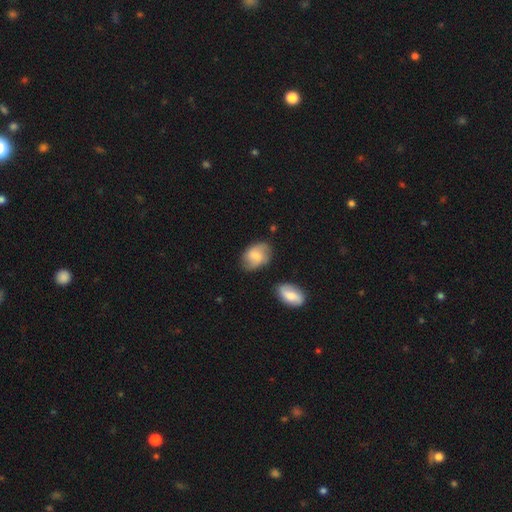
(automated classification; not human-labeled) Smooth or featured?
  - smooth: 56% *
  - featured or disk: 37%
  - star or artifact: 7%
How rounded?
  - in between: 78% *
  - round: 20%
  - cigar-shaped: 2%
Merging?
  - none: 71% *
  - minor disturbance: 20%
  - major disturbance: 5%
  - merger: 4%